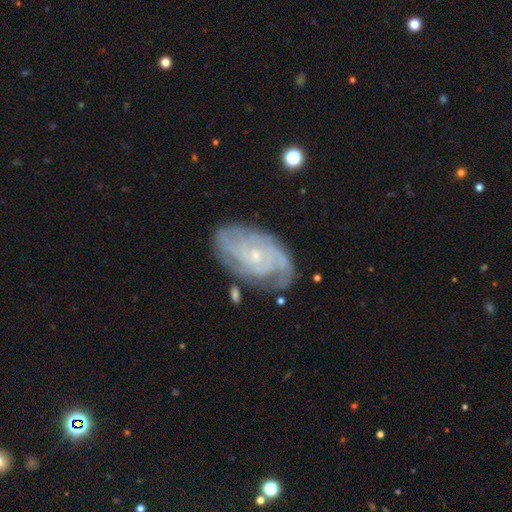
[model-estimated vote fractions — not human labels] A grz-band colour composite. It shows a featured or disk galaxy (83%) with no bar (72%), tight (63%) spiral arms (94%) and a small central bulge (76%). Merging: none (68%).